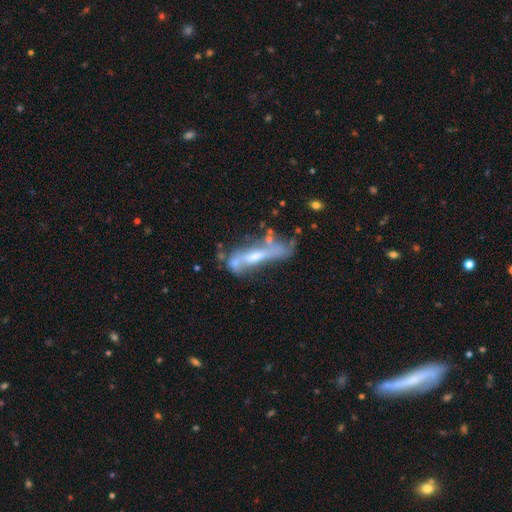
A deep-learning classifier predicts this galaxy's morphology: This is likely a featured or disk galaxy (66%). It is possibly not viewed edge-on (57%). Merging: marginally none (34%).